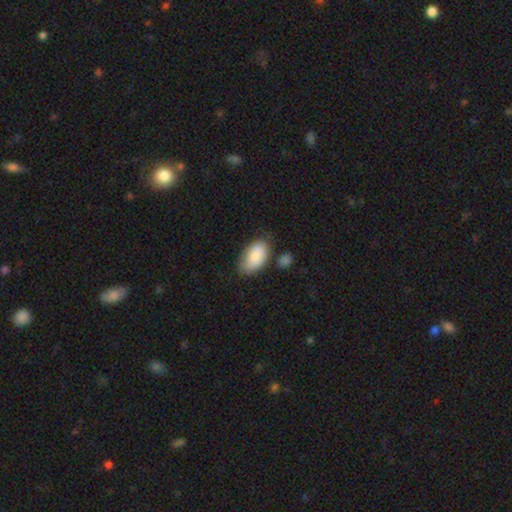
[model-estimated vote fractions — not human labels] A smooth galaxy with no disk features (85%) that is in between round and cigar-shaped (95%). Merging: none (64%).